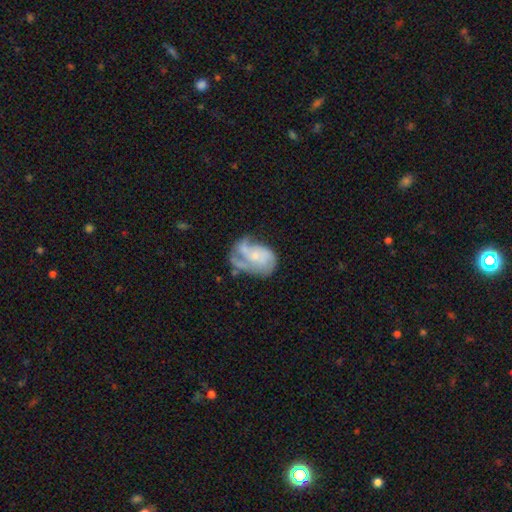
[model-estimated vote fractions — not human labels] featured or disk 69%, smooth 23%, star or artifact 7%. Down the decision tree: edge-on disk — no (98%); bar — no (73%); spiral arms — yes (80%); spiral arm count — 3 (28%, tied with 2); spiral winding — medium (42%); bulge size — small (55%); merging — none (36%).